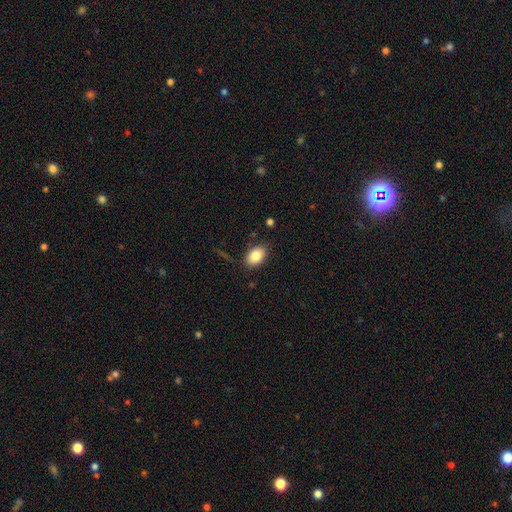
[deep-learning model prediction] Morphology: type=smooth (83%); roundness=in between (84%); merging=none (82%).